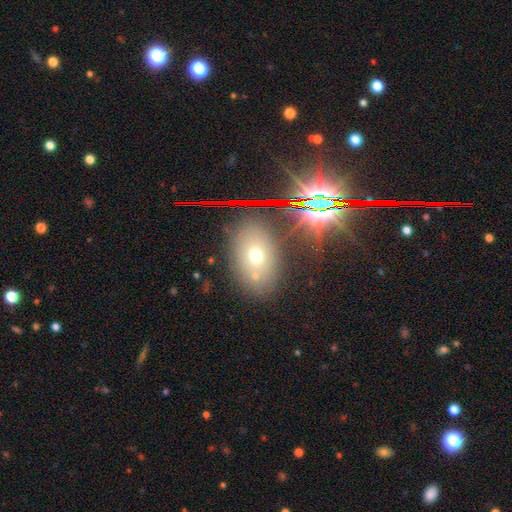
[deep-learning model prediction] Morphology: type=smooth (59%); roundness=in between (78%); merging=none (77%).